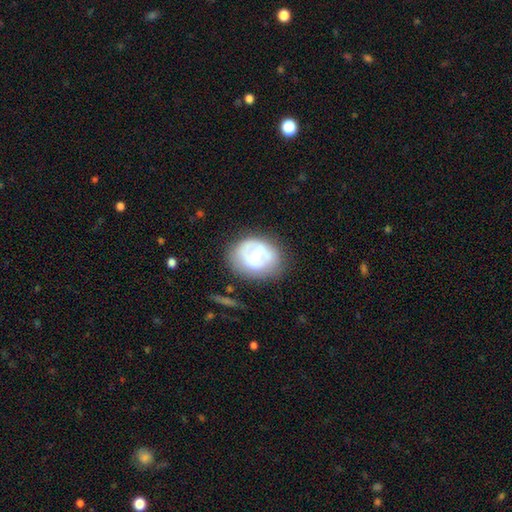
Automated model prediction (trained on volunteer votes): Smooth or featured? Predicted: featured or disk (p=0.55). Edge-on disk? Predicted: no (p=0.96). Bar? Predicted: weak (p=0.37). Spiral arms? Predicted: no (p=0.63). Bulge size? Predicted: moderate (p=0.40). Merging? Predicted: none (p=0.59).